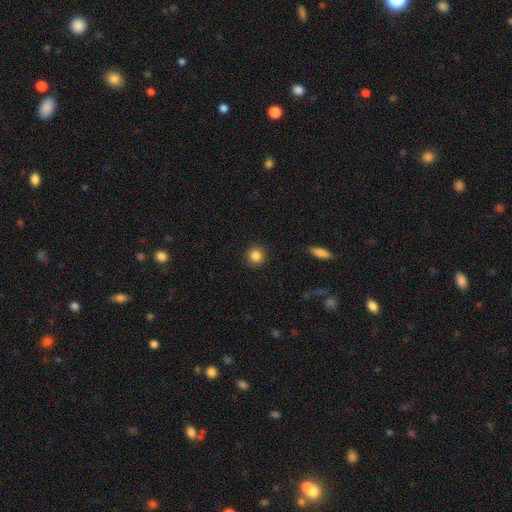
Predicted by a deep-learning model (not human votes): The model was most divided on "smooth or featured": smooth: 85%, star or artifact: 11%, featured or disk: 5%. More confident: how rounded — round (94%); merging — none (91%).